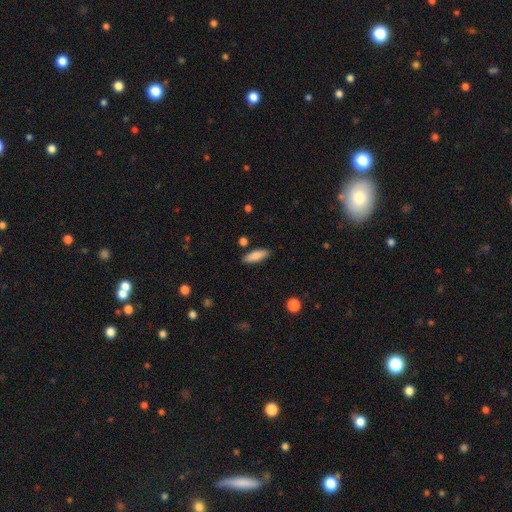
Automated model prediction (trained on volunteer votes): Overall: smooth (83%). How rounded: in between (56%; cigar-shaped 42%). Merging: none (86%).